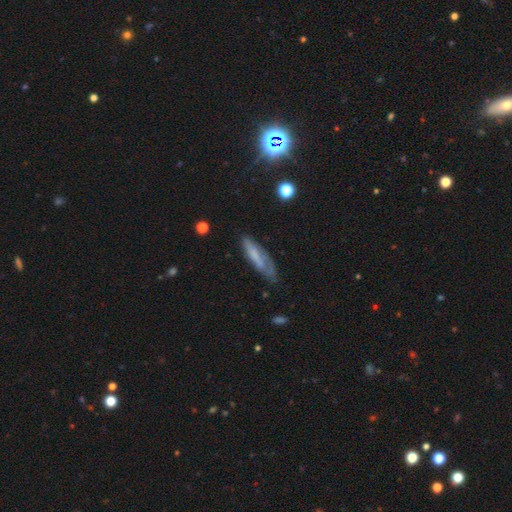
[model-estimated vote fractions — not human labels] This is possibly a smooth galaxy (58%). How rounded: likely cigar-shaped (71%). Merging: possibly none (60%).